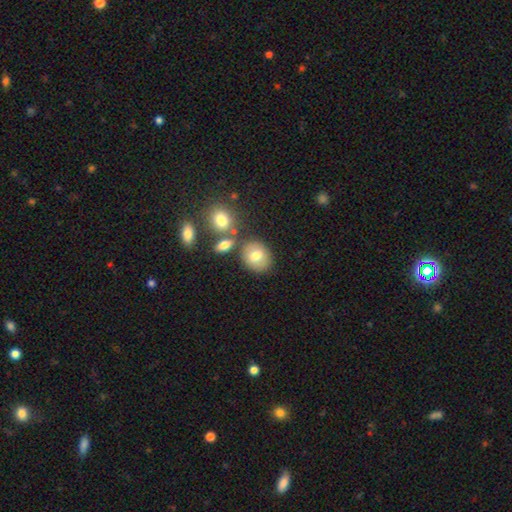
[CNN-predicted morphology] The model was most divided on "how rounded": round: 59%, in between: 40%, cigar-shaped: 1%. More confident: smooth or featured — smooth (75%); merging — none (71%).